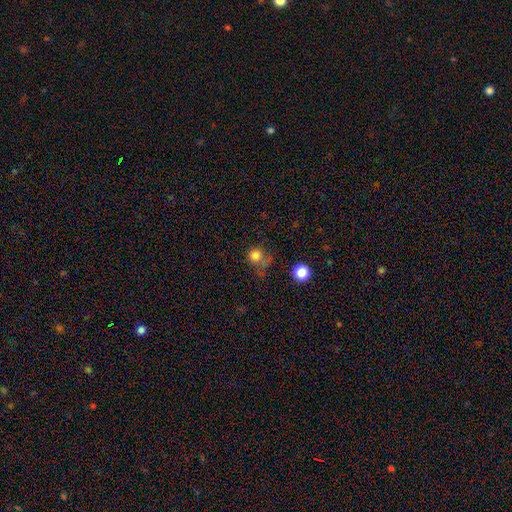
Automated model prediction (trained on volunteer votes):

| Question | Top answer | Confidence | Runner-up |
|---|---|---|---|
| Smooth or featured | smooth | 78% | star or artifact (14%) |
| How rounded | round | 90% | in between (9%) |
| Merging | none | 51% | minor disturbance (18%) |